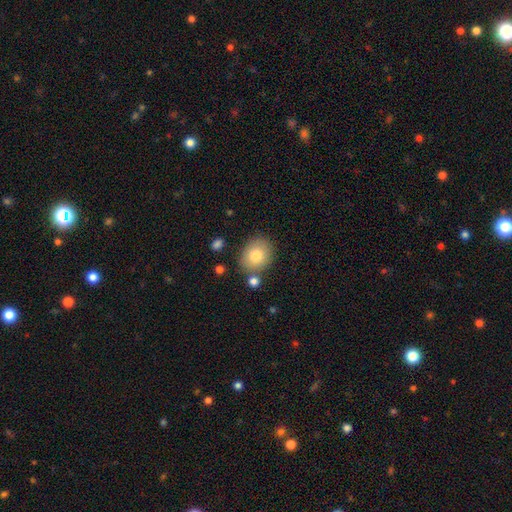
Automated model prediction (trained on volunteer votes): smooth 80%, featured or disk 11%, star or artifact 8%. Down the decision tree: how rounded — round (55%); merging — none (76%).